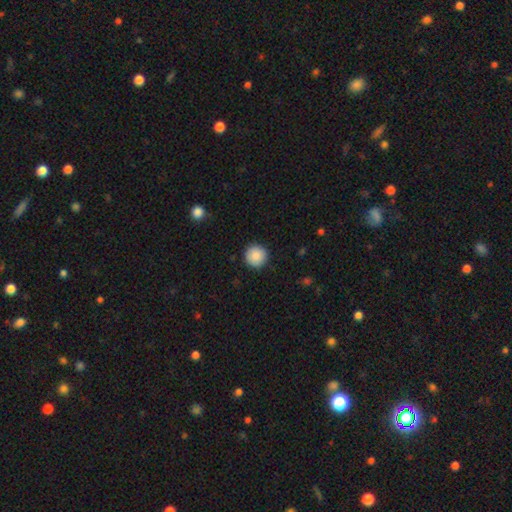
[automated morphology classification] smooth-or-featured: smooth: 88% | star or artifact: 8% | featured or disk: 4%
  how-rounded: round: 96% | in between: 3% | cigar-shaped: 1%
  merging: none: 92% | minor disturbance: 6% | major disturbance: 2% | merger: 1%